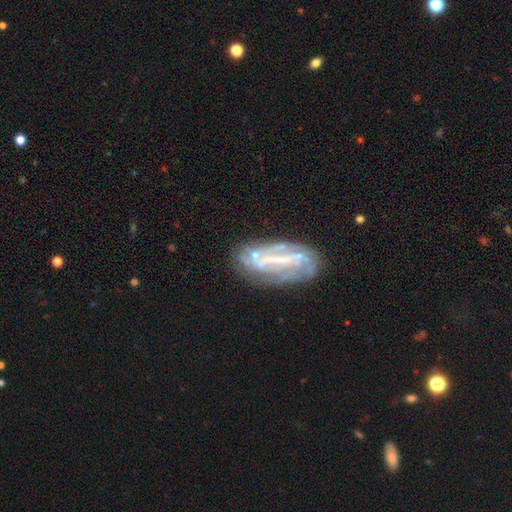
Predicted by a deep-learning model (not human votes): smooth_or_featured: featured or disk (p=0.70) [alt: smooth p=0.21]
disk_edge_on: no (p=0.90) [alt: yes p=0.10]
bar: strong (p=0.53) [alt: weak p=0.25]
has_spiral_arms: no (p=0.52) [alt: yes p=0.48]
bulge_size: none (p=0.46) [alt: small p=0.28]
merging: none (p=0.50) [alt: minor disturbance p=0.24]